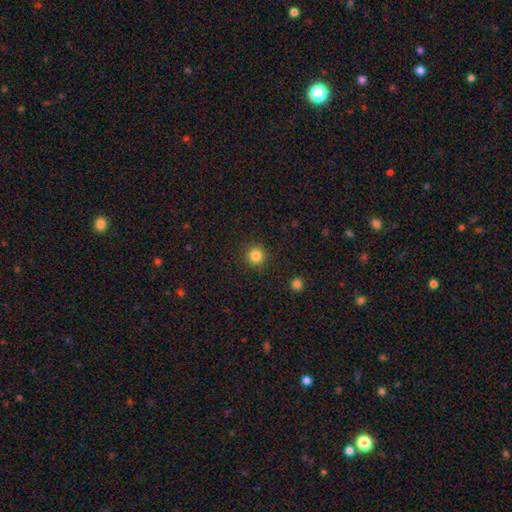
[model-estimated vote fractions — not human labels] smooth 84%, star or artifact 12%, featured or disk 5%. Down the decision tree: how rounded — round (94%); merging — none (91%).